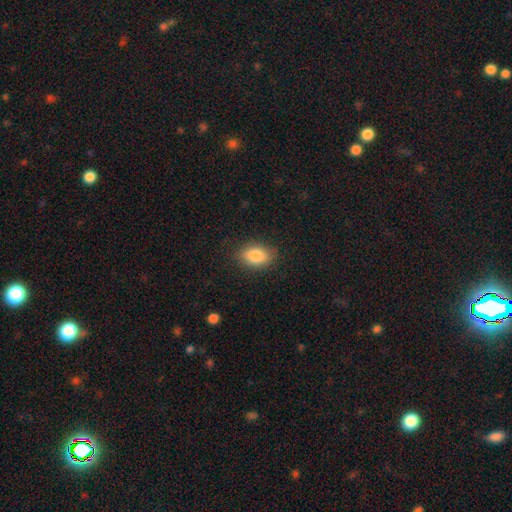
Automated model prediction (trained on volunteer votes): The model was most divided on "how rounded": in between: 82%, round: 16%, cigar-shaped: 2%. More confident: smooth or featured — smooth (84%); merging — none (84%).